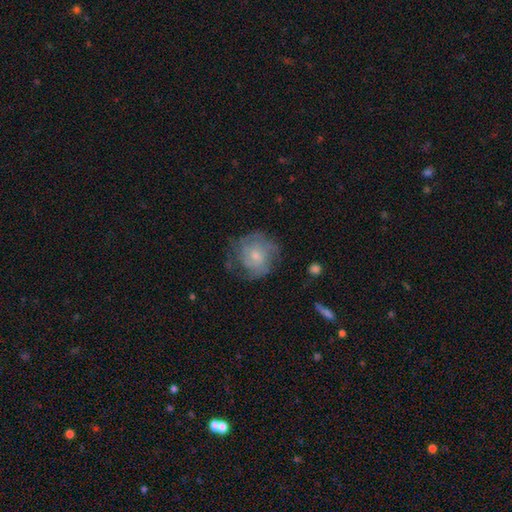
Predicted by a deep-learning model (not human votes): This is possibly a featured or disk galaxy (58%). It is clearly not viewed edge-on (97%). Bar: likely no (75%). Spiral arm pattern: likely yes (74%). Central bulge: possibly small (53%). Merging: possibly none (58%).